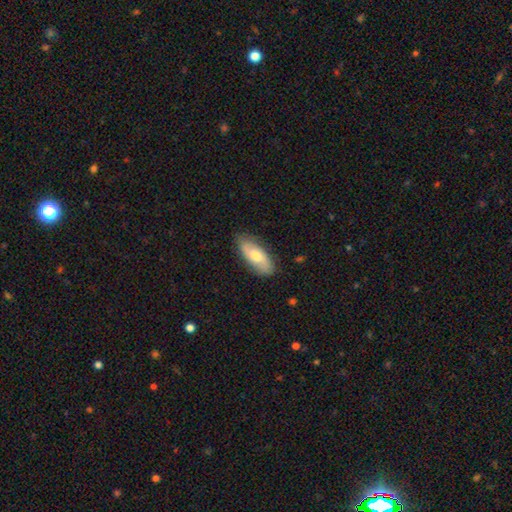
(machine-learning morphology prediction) Smooth or featured?
  - smooth: 58% *
  - featured or disk: 37%
  - star or artifact: 6%
How rounded?
  - in between: 81% *
  - cigar-shaped: 16%
  - round: 3%
Merging?
  - none: 82% *
  - minor disturbance: 14%
  - major disturbance: 3%
  - merger: 1%